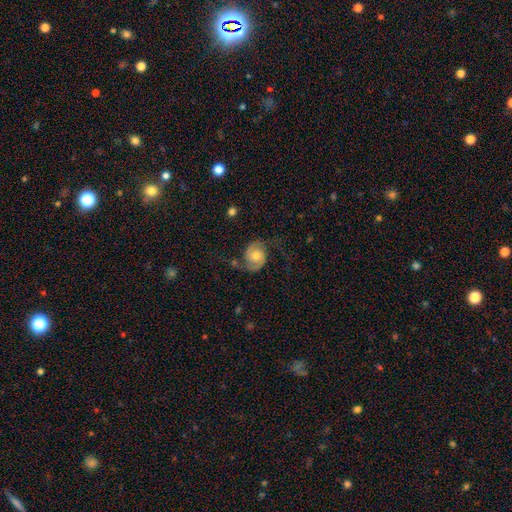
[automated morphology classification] type=featured or disk (83%); edge-on=no (98%); bar=no (69%); spiral arms=yes (96%); winding=medium (49%); arm count=2 (93%); bulge=moderate (67%); merging=none (68%).